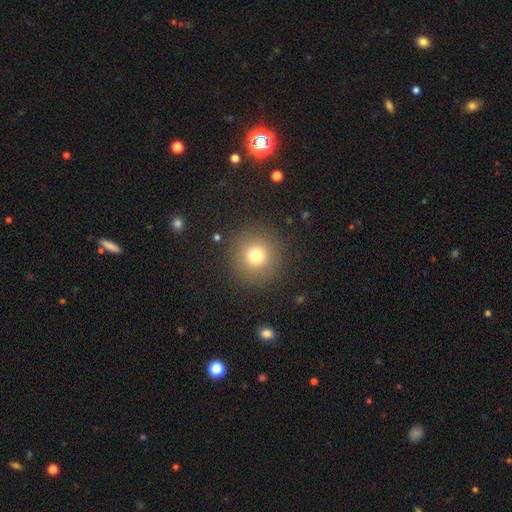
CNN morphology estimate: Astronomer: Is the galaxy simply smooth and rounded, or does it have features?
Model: smooth — 75%.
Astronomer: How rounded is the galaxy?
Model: round — 95%.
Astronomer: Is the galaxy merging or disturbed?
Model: none — 89%.